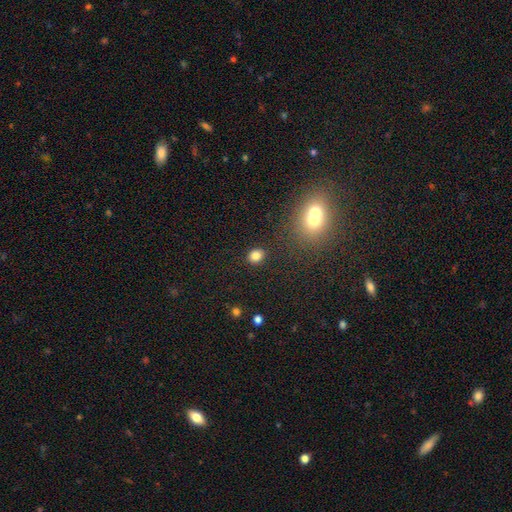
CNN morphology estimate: A smooth galaxy with no disk features (83%) that is round (59%).

Vote fractions:
- Smooth or featured? smooth: 83% / star or artifact: 12% / featured or disk: 6%
- How rounded? round: 59% / in between: 40% / cigar-shaped: 1%
- Merging? none: 87% / minor disturbance: 7% / merger: 3% / major disturbance: 2%